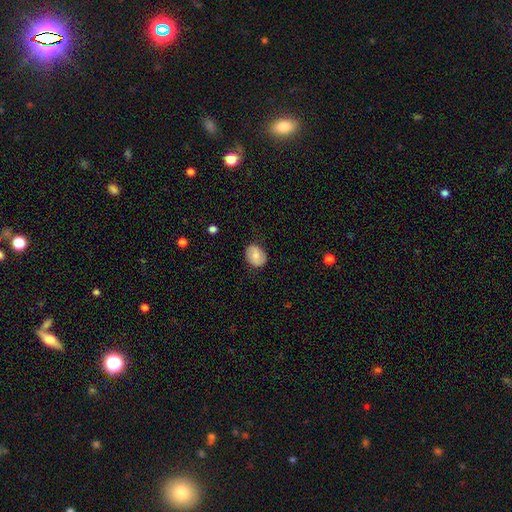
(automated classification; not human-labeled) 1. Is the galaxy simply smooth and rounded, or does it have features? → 70% smooth, 23% featured or disk, 7% star or artifact.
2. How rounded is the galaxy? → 62% in between, 37% round, 1% cigar-shaped.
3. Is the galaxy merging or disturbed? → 80% none, 15% minor disturbance, 3% major disturbance, 1% merger.